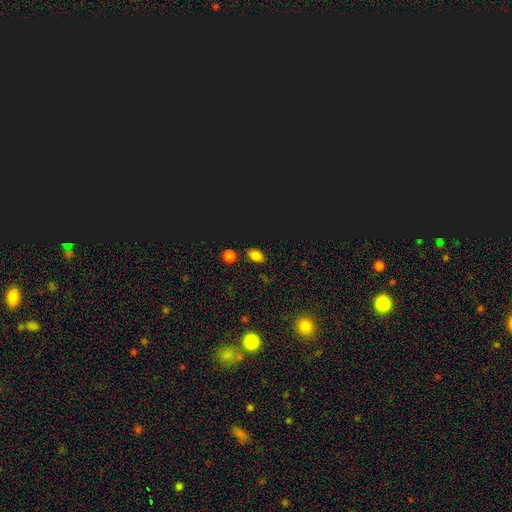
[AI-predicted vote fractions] The model was most divided on "smooth or featured": smooth: 70%, star or artifact: 24%, featured or disk: 6%. More confident: how rounded — in between (82%); merging — none (80%).